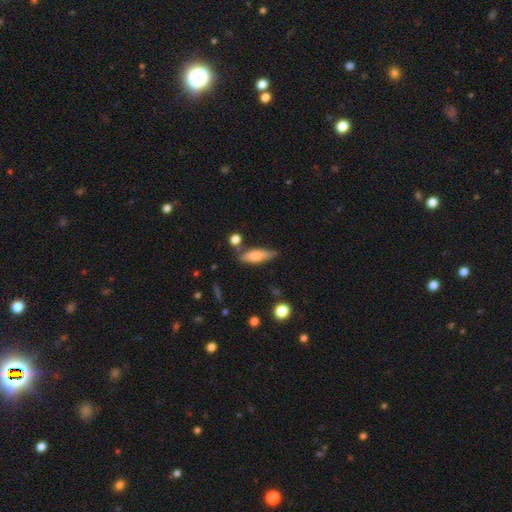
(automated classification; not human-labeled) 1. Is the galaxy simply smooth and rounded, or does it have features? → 69% smooth, 24% featured or disk, 7% star or artifact.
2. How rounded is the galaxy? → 52% in between, 45% cigar-shaped, 2% round.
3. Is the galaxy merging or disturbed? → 68% none, 20% minor disturbance, 7% merger, 4% major disturbance.